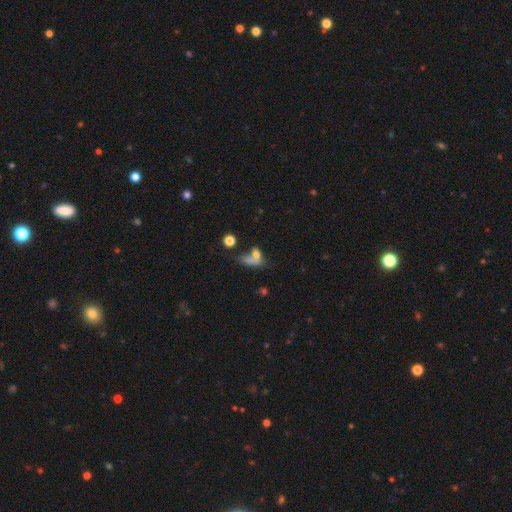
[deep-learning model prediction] A smooth galaxy with no disk features (67%) that is in between round and cigar-shaped (63%). Merging: merger (35%).